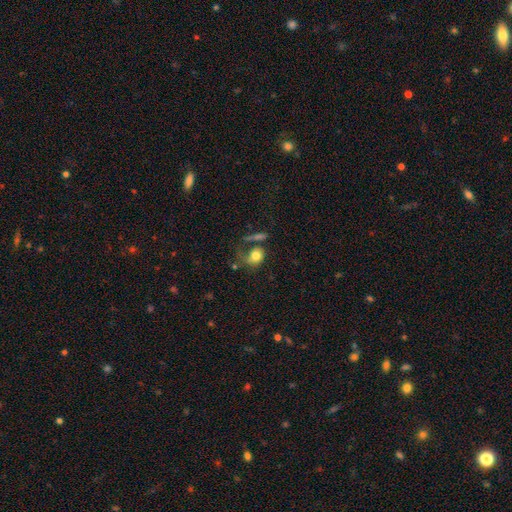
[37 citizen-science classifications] Q: Smooth or featured?
A: smooth (57%); runner-up: featured or disk (35%)
Q: How rounded?
A: in between (57%); runner-up: round (38%)
Q: Merging?
A: major disturbance (47%); runner-up: minor disturbance (24%)